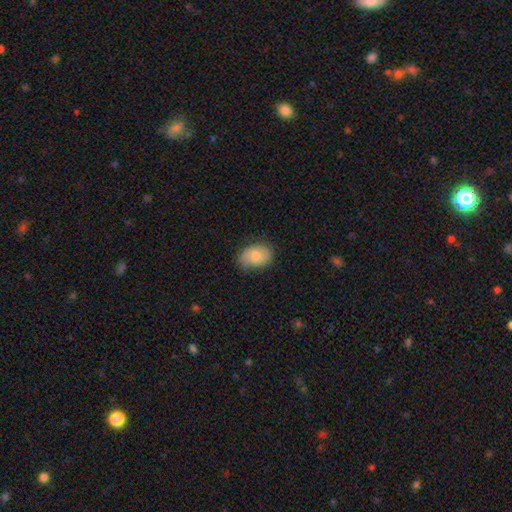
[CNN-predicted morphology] smooth 66%, featured or disk 27%, star or artifact 7%. Down the decision tree: how rounded — in between (78%); merging — none (74%).